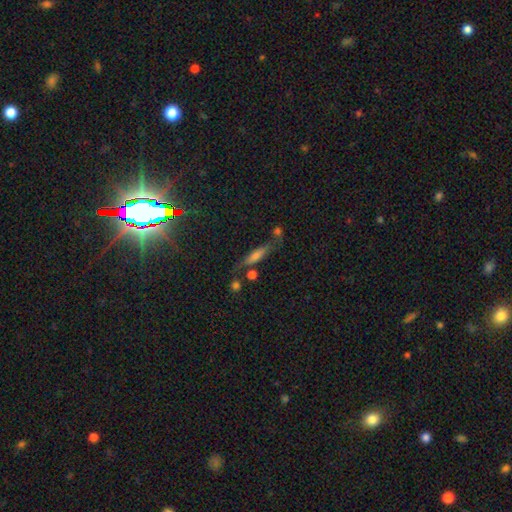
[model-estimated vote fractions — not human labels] Smooth or featured? featured or disk (36%)
Merging? none (69%)